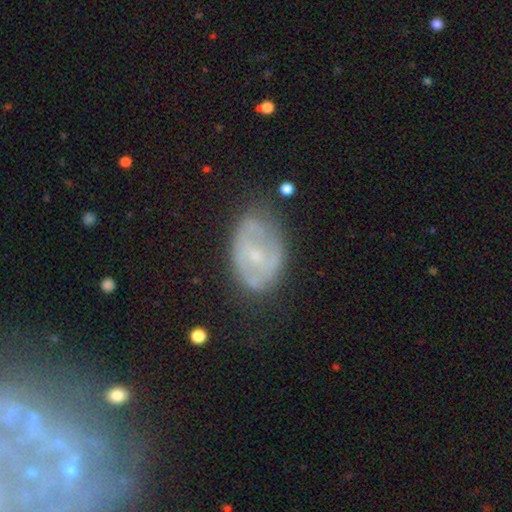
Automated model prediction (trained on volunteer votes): The model was most divided on "spiral arms": yes: 52%, no: 48%. More confident: edge-on disk — no (95%); bulge size — small (62%); smooth or featured — featured or disk (62%); merging — none (61%); bar — no (52%).